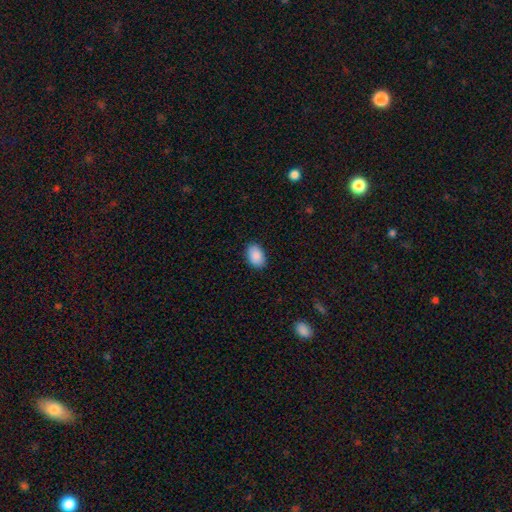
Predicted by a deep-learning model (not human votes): This is clearly a smooth galaxy (90%). How rounded: clearly in between (87%). Merging: clearly none (87%).